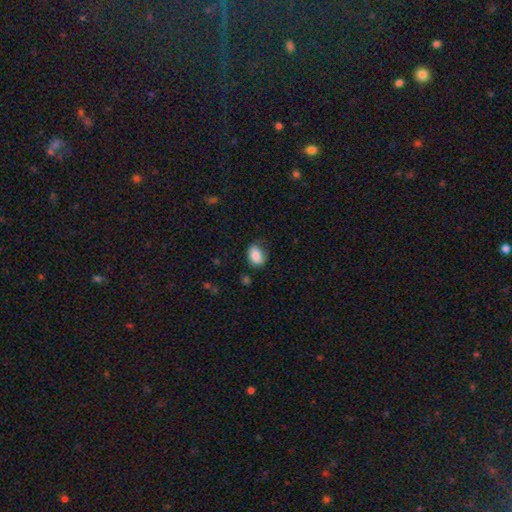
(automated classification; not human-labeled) A smooth galaxy with no disk features (84%) that is in between round and cigar-shaped (75%).

Vote fractions:
- Smooth or featured? smooth: 84% / featured or disk: 8% / star or artifact: 8%
- How rounded? in between: 75% / round: 24% / cigar-shaped: 1%
- Merging? none: 59% / minor disturbance: 30% / major disturbance: 8% / merger: 2%